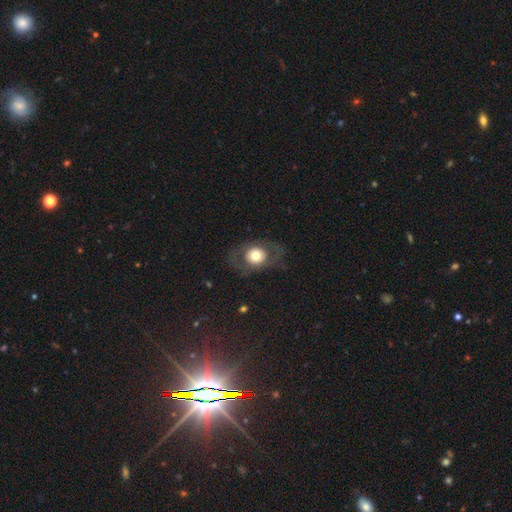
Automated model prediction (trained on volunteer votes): smooth_or_featured: smooth (p=0.54) [alt: featured or disk p=0.38]
how_rounded: round (p=0.58) [alt: in between p=0.41]
merging: none (p=0.76) [alt: minor disturbance p=0.12]